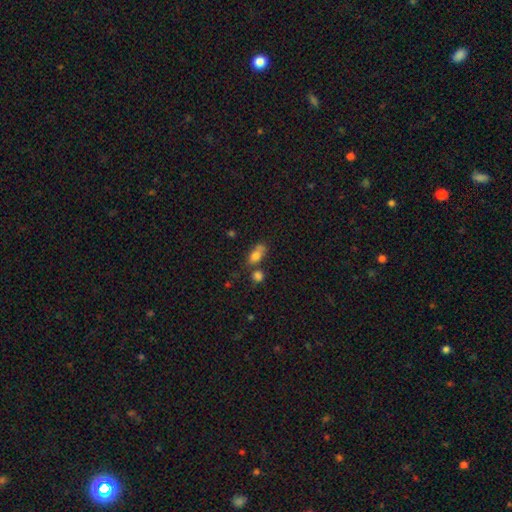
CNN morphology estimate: smooth 76%, featured or disk 13%, star or artifact 11%. Down the decision tree: how rounded — in between (76%); merging — none (38%).